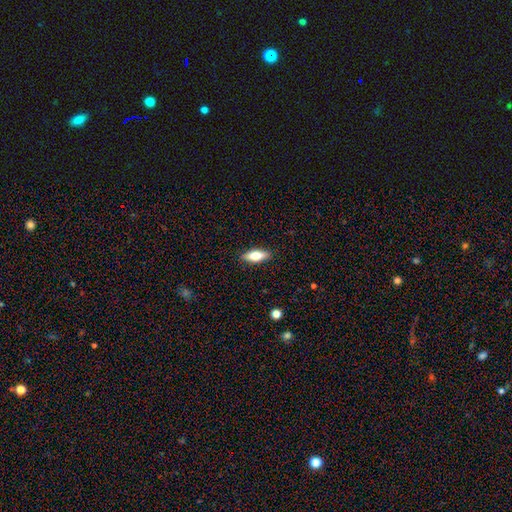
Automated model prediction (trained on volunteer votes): This is likely a smooth galaxy (66%). How rounded: likely in between (70%). Merging: clearly none (89%).